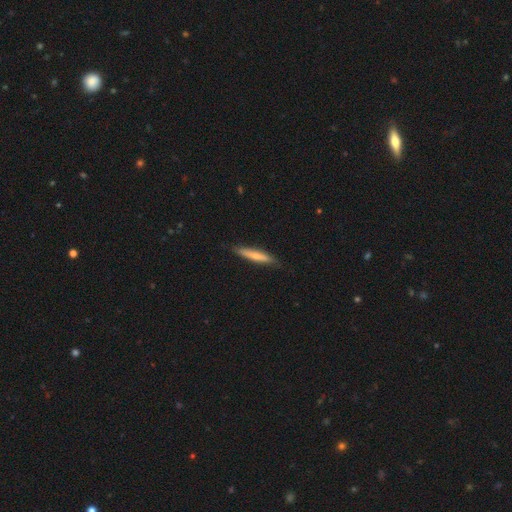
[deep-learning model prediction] This is likely a smooth galaxy (66%). How rounded: clearly cigar-shaped (90%). Merging: clearly none (83%).